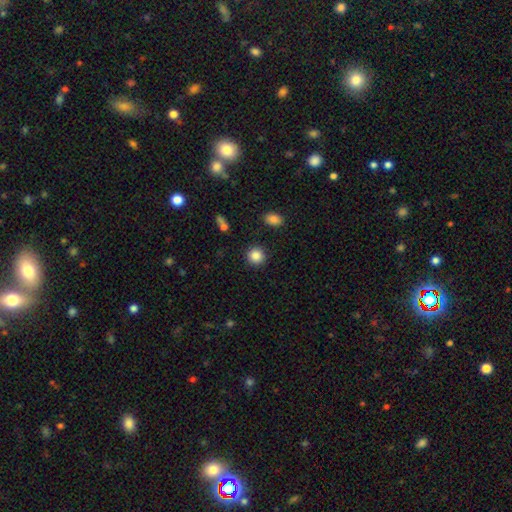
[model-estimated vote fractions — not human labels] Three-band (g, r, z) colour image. It shows a smooth galaxy with no disk features (87%) that is round (92%). Merging: none (90%).